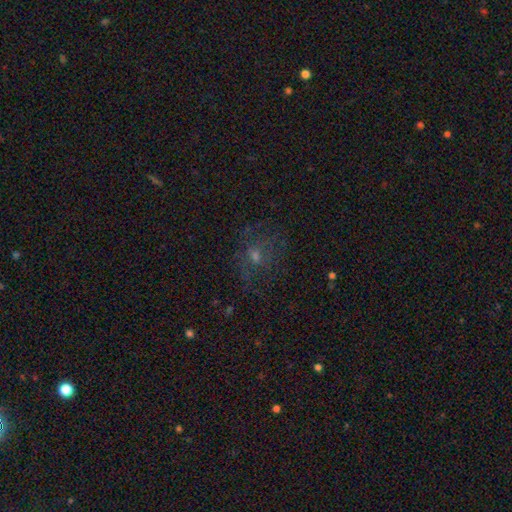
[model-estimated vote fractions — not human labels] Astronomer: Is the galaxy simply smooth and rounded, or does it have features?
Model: featured or disk — 38% (runner-up: smooth, 35%).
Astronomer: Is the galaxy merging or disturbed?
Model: none — 57%.